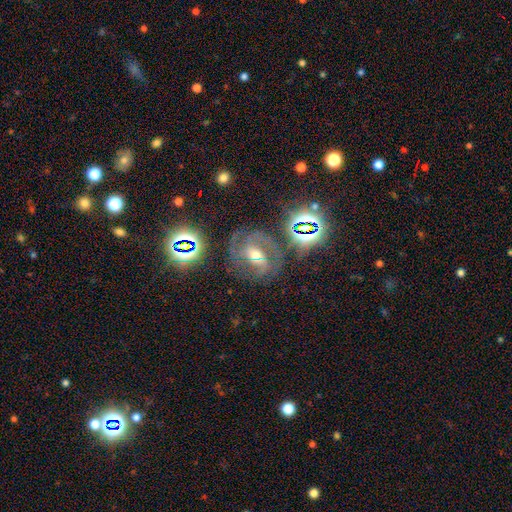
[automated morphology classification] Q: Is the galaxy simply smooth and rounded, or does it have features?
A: featured or disk — 74%.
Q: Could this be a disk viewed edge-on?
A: no — 97%.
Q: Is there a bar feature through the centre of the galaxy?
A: weak — 45%.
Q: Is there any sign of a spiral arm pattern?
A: yes — 94%.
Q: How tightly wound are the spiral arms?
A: medium — 52%.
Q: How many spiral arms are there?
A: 2 — 56%.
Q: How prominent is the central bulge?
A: moderate — 67%.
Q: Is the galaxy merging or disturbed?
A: none — 66%.